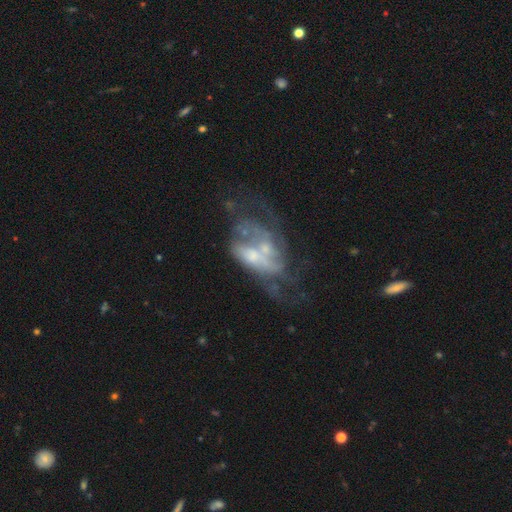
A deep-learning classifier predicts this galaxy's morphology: type=featured or disk (69%); edge-on=no (95%); bar=no (76%); spiral arms=no (57%); bulge=small (38%); merging=major disturbance (35%).